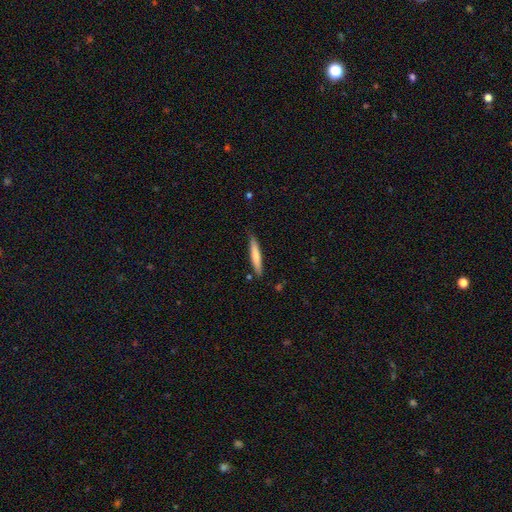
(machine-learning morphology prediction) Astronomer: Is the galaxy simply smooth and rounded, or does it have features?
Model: smooth — 70%.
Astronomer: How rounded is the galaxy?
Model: cigar-shaped — 91%.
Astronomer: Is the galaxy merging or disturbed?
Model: none — 82%.